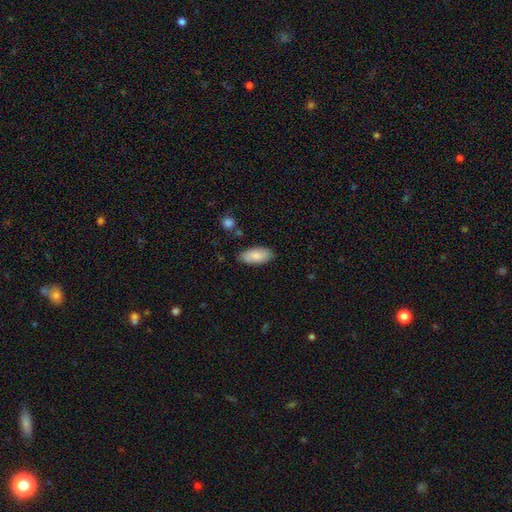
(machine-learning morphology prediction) smooth_or_featured: smooth (p=0.85) [alt: featured or disk p=0.09]
how_rounded: in between (p=0.90) [alt: cigar-shaped p=0.08]
merging: none (p=0.84) [alt: minor disturbance p=0.12]